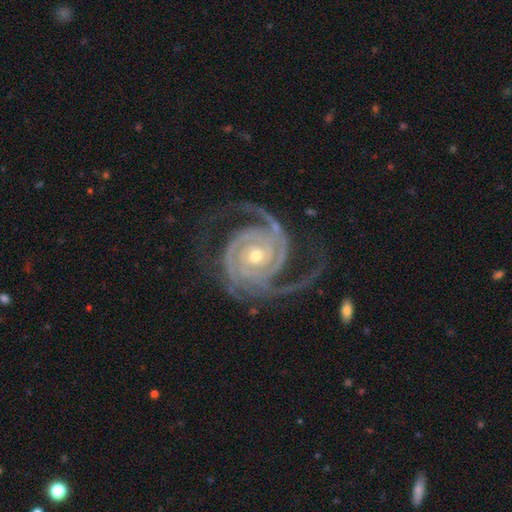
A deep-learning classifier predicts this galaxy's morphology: Smooth or featured? Predicted: featured or disk (p=0.94). Edge-on disk? Predicted: no (p=0.98). Bar? Predicted: no (p=0.68). Spiral arms? Predicted: yes (p=0.99). Spiral winding? Predicted: tight (p=0.72). Spiral arm count? Predicted: 2 (p=0.43). Bulge size? Predicted: small (p=0.50). Merging? Predicted: none (p=0.69).